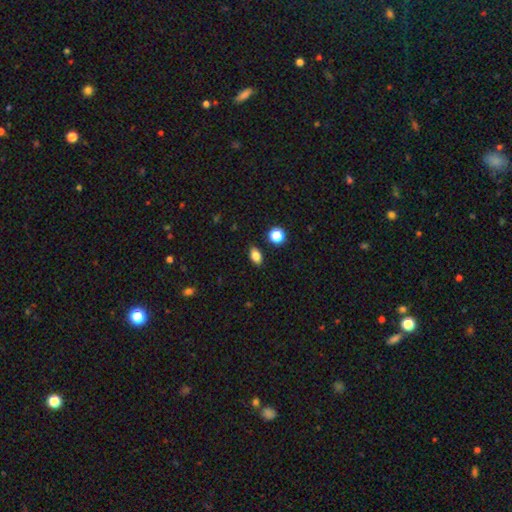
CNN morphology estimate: Smooth or featured?
  - smooth: 84% *
  - star or artifact: 11%
  - featured or disk: 6%
How rounded?
  - in between: 84% *
  - round: 14%
  - cigar-shaped: 2%
Merging?
  - none: 87% *
  - minor disturbance: 9%
  - merger: 2%
  - major disturbance: 2%